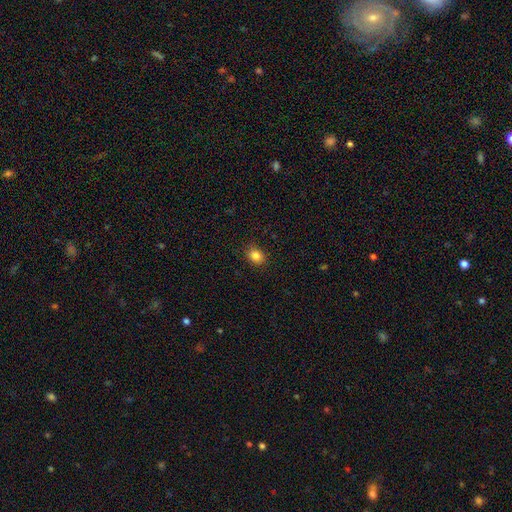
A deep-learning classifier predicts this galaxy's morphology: Q: Smooth or featured?
A: smooth (84%); runner-up: star or artifact (10%)
Q: How rounded?
A: in between (62%); runner-up: round (37%)
Q: Merging?
A: none (88%); runner-up: minor disturbance (8%)